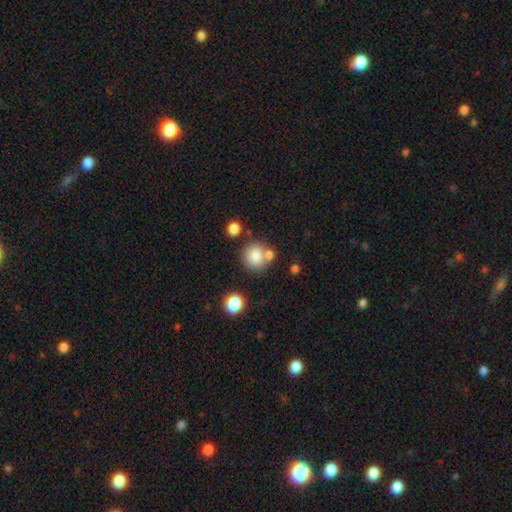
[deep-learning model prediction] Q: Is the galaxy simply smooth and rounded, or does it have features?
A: smooth — 80%.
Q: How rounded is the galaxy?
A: round — 91%.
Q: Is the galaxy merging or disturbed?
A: none — 67%.